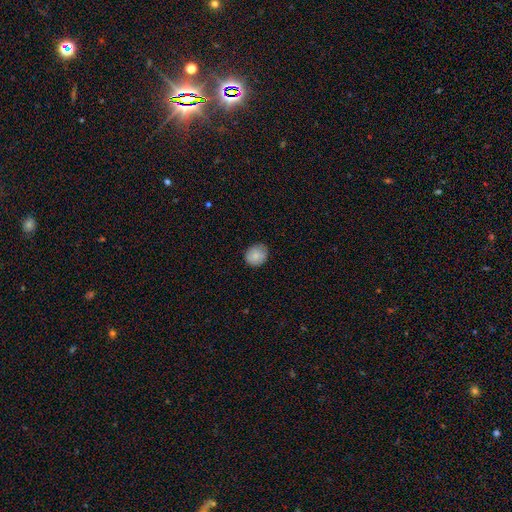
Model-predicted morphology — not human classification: Smooth or featured? smooth (83%)
How rounded? round (72%)
Merging? none (81%)